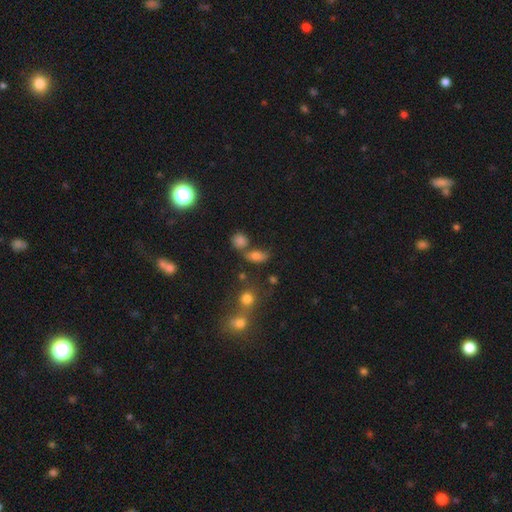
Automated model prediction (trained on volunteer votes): A smooth galaxy with no disk features (70%) that is in between round and cigar-shaped (74%). Merging: none (57%).